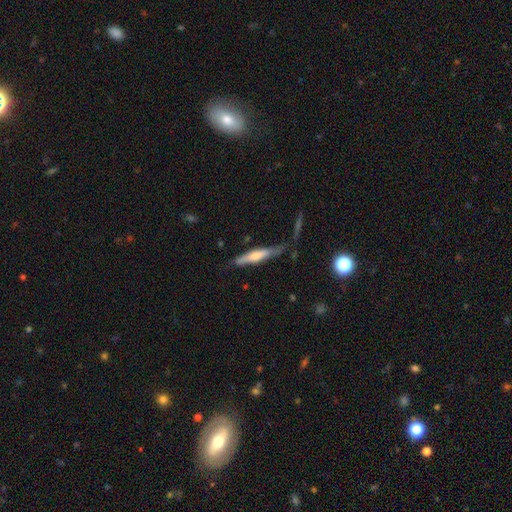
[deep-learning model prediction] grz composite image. It shows a featured or disk galaxy (47%). Merging: none (61%).